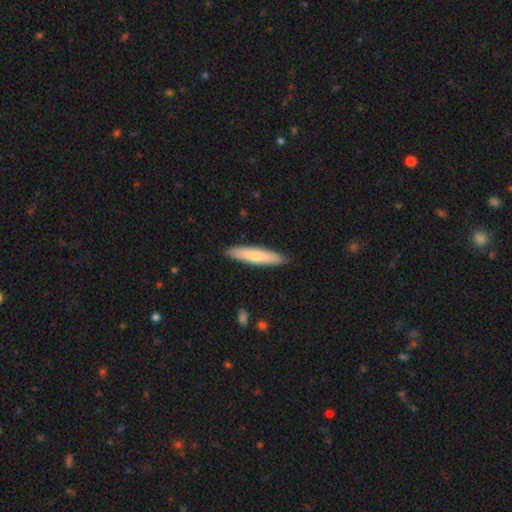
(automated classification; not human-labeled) Smooth or featured? Predicted: smooth (p=0.70). How rounded? Predicted: cigar-shaped (p=0.86). Merging? Predicted: none (p=0.90).